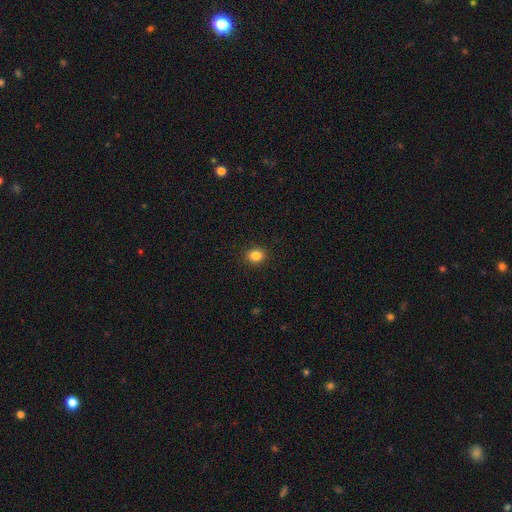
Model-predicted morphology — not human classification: This is clearly a smooth galaxy (85%). How rounded: likely round (71%). Merging: clearly none (91%).